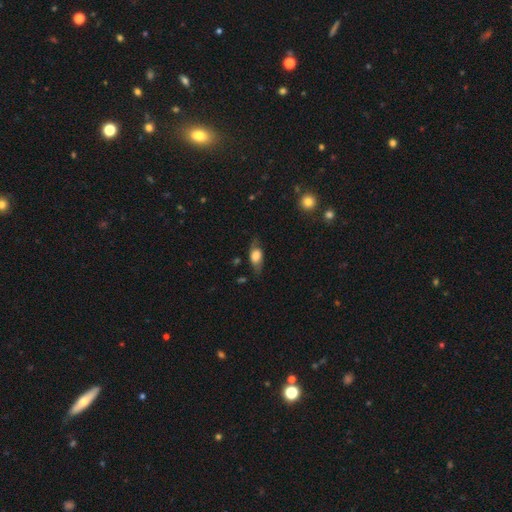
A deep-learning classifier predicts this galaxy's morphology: A smooth galaxy with no disk features (57%) that is in between round and cigar-shaped (79%). Merging: none (64%).